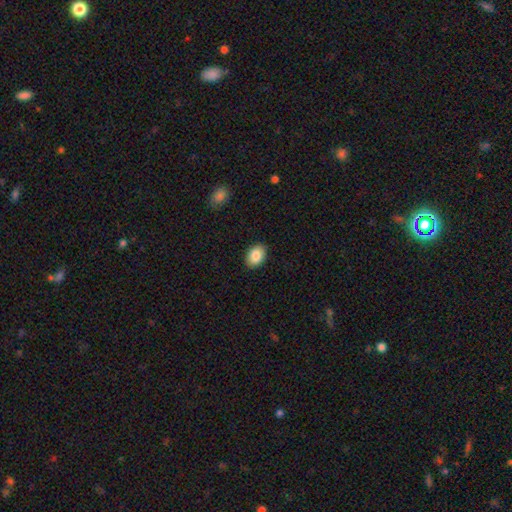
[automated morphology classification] Smooth or featured: smooth — 87% (star or artifact — 7%)
How rounded: in between — 83% (round — 16%)
Merging: none — 89% (minor disturbance — 8%)